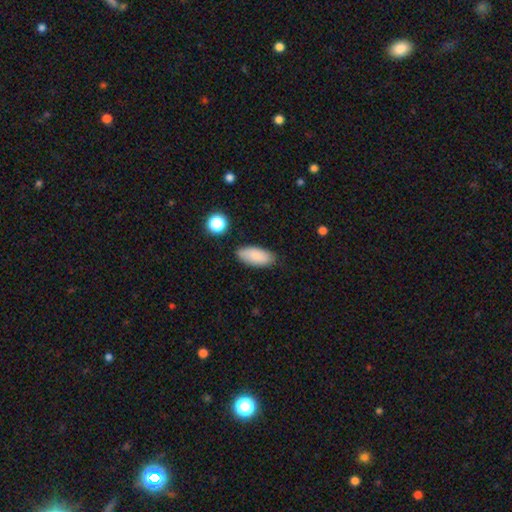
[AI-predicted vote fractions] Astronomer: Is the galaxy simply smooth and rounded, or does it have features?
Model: smooth — 86%.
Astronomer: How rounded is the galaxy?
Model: in between — 88%.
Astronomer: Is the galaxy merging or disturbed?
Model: none — 84%.